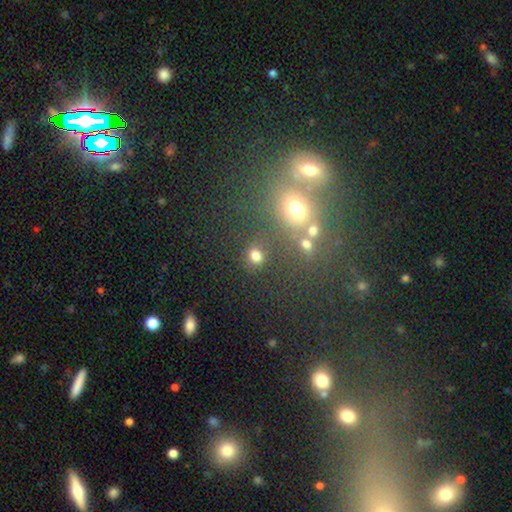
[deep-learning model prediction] Smooth or featured: smooth — 76% (star or artifact — 17%)
How rounded: round — 80% (in between — 19%)
Merging: none — 76% (merger — 10%)